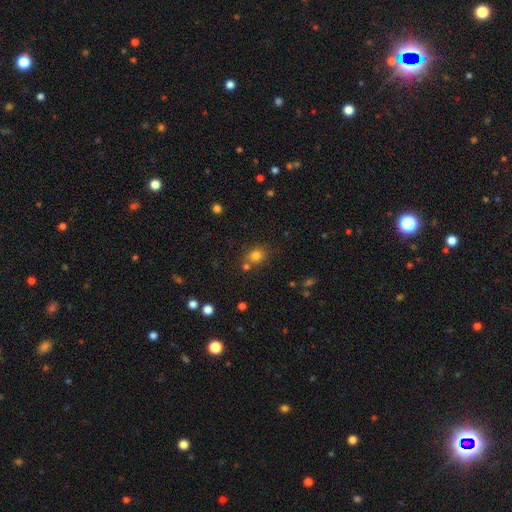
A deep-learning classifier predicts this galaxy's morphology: This appears to be a smooth galaxy with no disk features (79%) that is round (61%). Merging: none (69%).